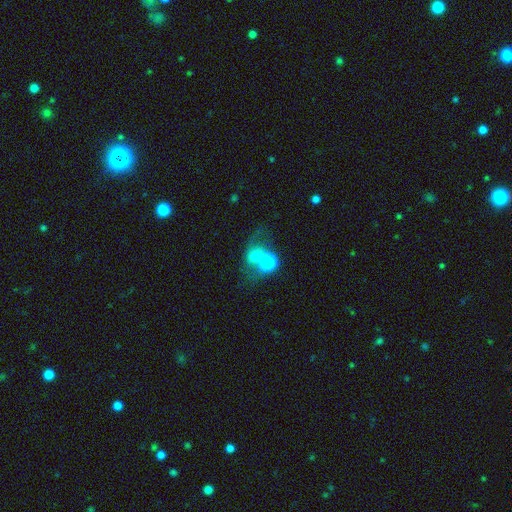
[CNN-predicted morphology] This appears to be a smooth galaxy with no disk features (55%) that is round (57%). Merging: merger (40%).